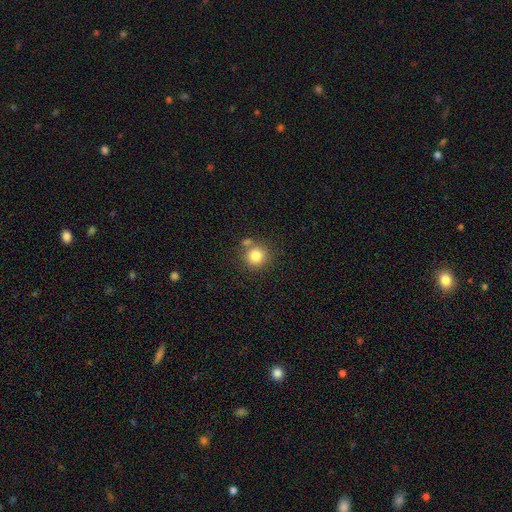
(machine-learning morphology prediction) Q: Smooth or featured?
A: smooth (82%); runner-up: star or artifact (11%)
Q: How rounded?
A: round (92%); runner-up: in between (7%)
Q: Merging?
A: none (68%); runner-up: merger (19%)